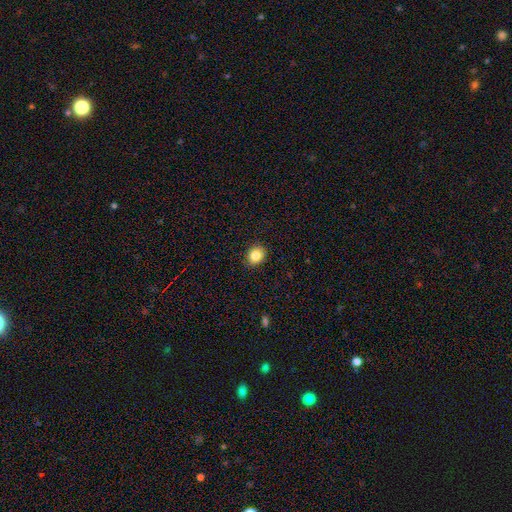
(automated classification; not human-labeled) smooth_or_featured: smooth (p=0.84) [alt: star or artifact p=0.10]
how_rounded: round (p=0.56) [alt: in between p=0.43]
merging: none (p=0.89) [alt: minor disturbance p=0.08]